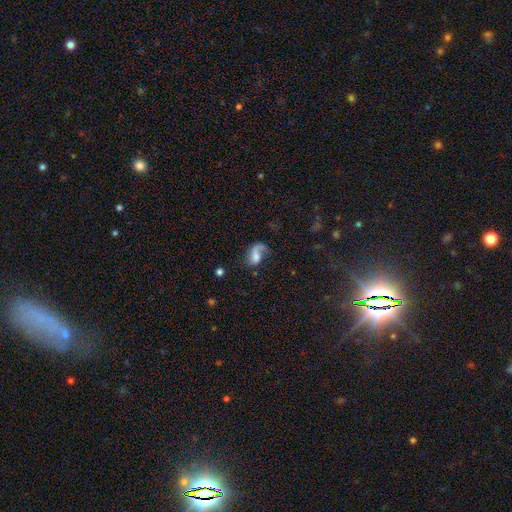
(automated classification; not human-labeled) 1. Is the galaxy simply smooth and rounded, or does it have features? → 56% featured or disk, 33% smooth, 11% star or artifact.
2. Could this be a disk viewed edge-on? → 96% no, 4% yes.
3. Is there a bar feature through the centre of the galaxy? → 58% no, 32% weak, 10% strong.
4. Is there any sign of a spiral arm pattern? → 79% yes, 21% no.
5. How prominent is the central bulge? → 32% moderate, 25% small, 23% none, 16% large, 4% dominant.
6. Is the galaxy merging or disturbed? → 39% major disturbance, 35% none, 18% minor disturbance, 8% merger.